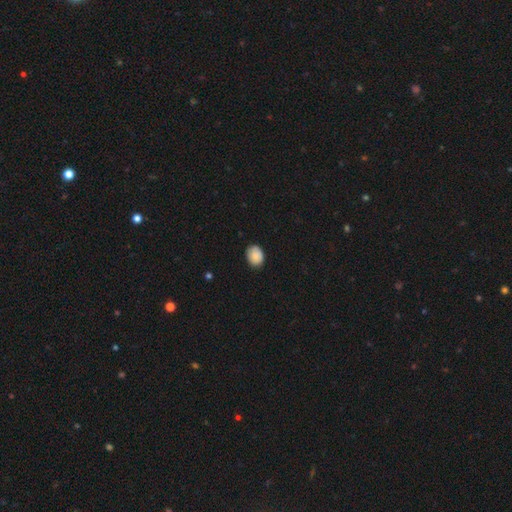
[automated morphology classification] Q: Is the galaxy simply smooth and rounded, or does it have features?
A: smooth — 85%.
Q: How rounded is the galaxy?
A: in between — 56%.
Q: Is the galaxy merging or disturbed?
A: none — 82%.